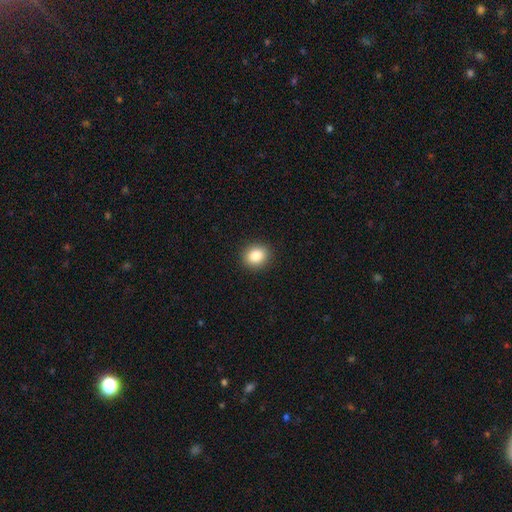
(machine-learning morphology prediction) This appears to be a smooth galaxy with no disk features (85%) that is round (71%). Merging: none (91%).